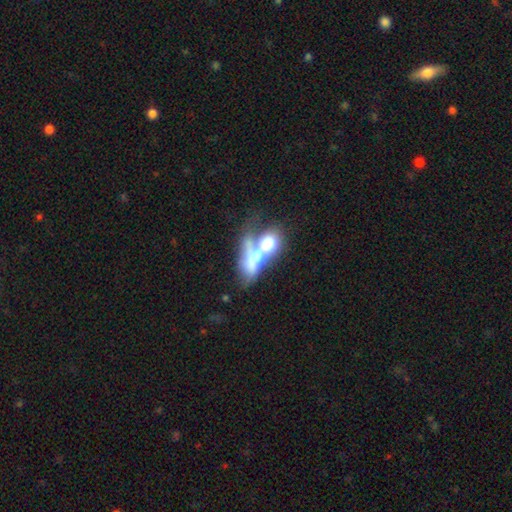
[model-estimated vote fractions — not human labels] This appears to be a smooth galaxy with no disk features (53%) that is in between round and cigar-shaped (71%). Merging: merger (74%).